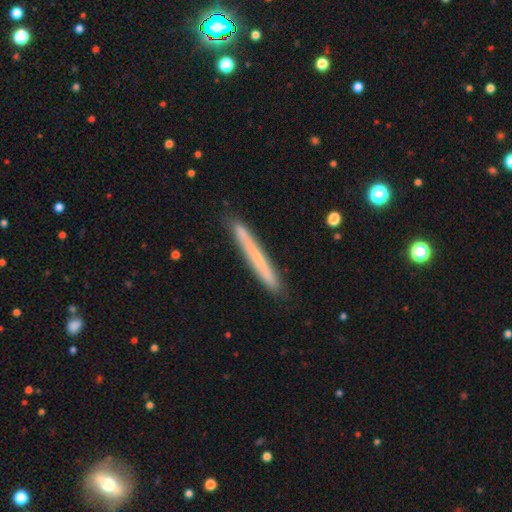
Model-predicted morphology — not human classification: smooth 53%, featured or disk 39%, star or artifact 8%. Down the decision tree: how rounded — cigar-shaped (97%); merging — none (88%).